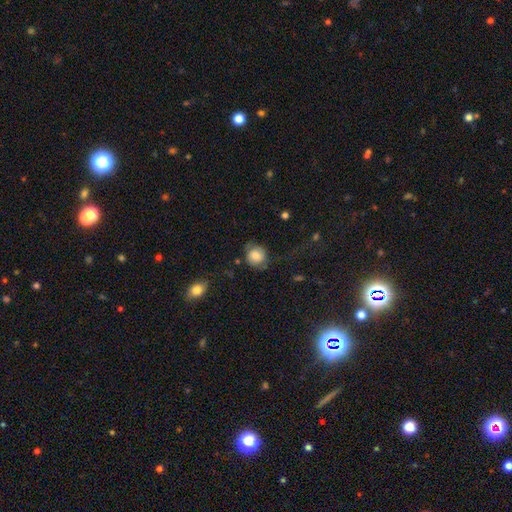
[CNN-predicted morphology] Overall: smooth (77%). How rounded: round (81%). Merging: none (62%; minor disturbance 22%).